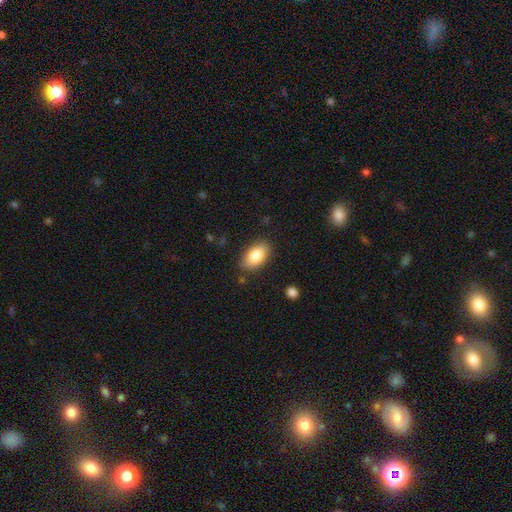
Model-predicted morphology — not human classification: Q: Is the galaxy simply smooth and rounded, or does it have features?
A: smooth — 83%.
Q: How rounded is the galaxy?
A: in between — 93%.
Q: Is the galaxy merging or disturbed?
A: none — 84%.